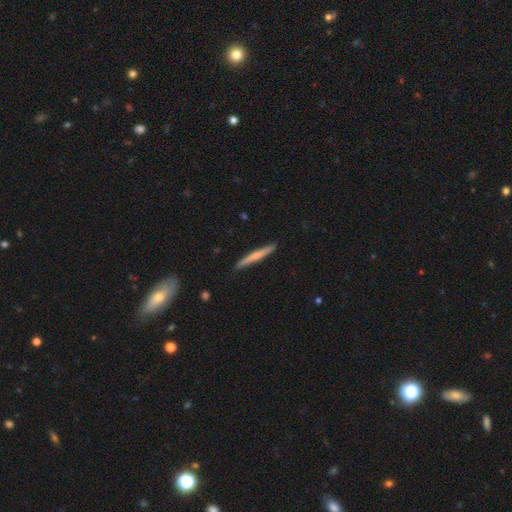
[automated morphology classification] Smooth or featured? smooth (52%)
How rounded? cigar-shaped (96%)
Merging? none (89%)